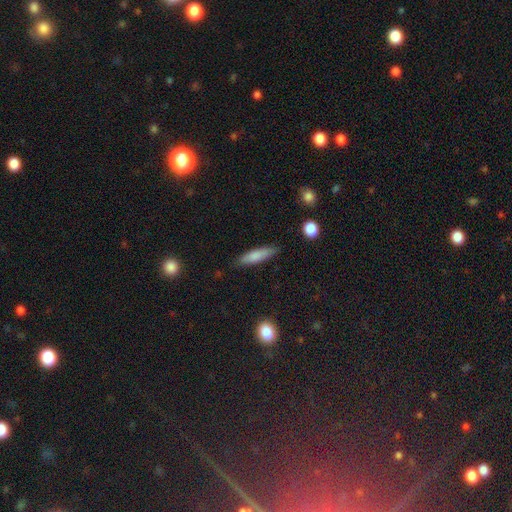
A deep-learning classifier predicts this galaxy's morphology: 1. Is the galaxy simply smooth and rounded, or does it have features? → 78% smooth, 15% featured or disk, 6% star or artifact.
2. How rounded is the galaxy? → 72% cigar-shaped, 26% in between, 2% round.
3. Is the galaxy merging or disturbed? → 83% none, 13% minor disturbance, 2% major disturbance, 1% merger.